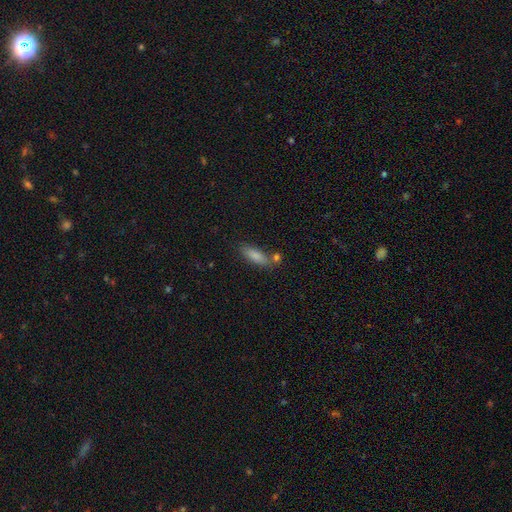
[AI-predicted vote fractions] smooth-or-featured: smooth: 84% | featured or disk: 9% | star or artifact: 7%
  how-rounded: in between: 59% | cigar-shaped: 39% | round: 2%
  merging: none: 65% | merger: 16% | minor disturbance: 15% | major disturbance: 4%